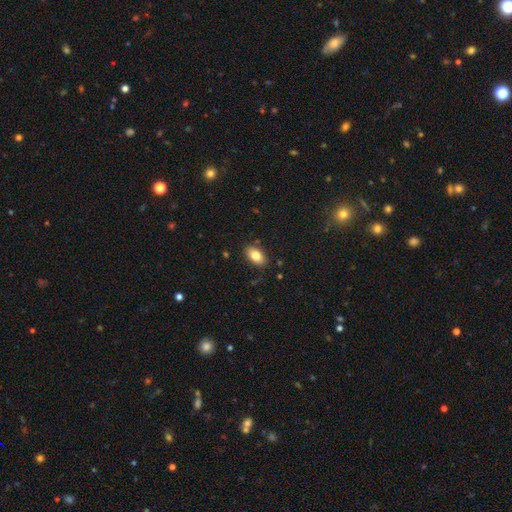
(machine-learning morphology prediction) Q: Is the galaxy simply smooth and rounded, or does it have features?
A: smooth — 81%.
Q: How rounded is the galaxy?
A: in between — 92%.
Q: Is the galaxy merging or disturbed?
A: none — 87%.